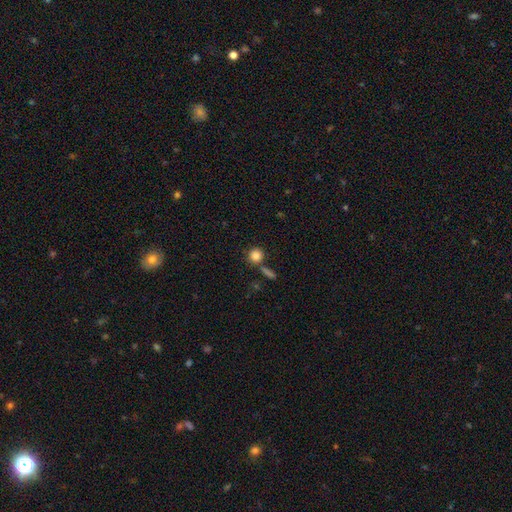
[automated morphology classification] smooth 84%, star or artifact 10%, featured or disk 6%. Down the decision tree: how rounded — round (90%); merging — none (72%).